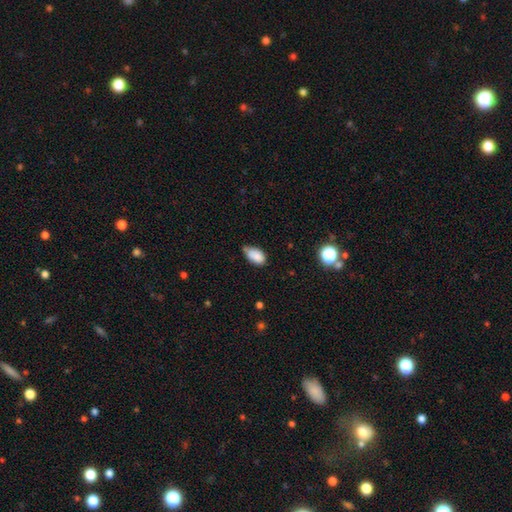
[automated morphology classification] This appears to be a smooth galaxy with no disk features (84%) that is in between round and cigar-shaped (92%). Merging: none (49%).